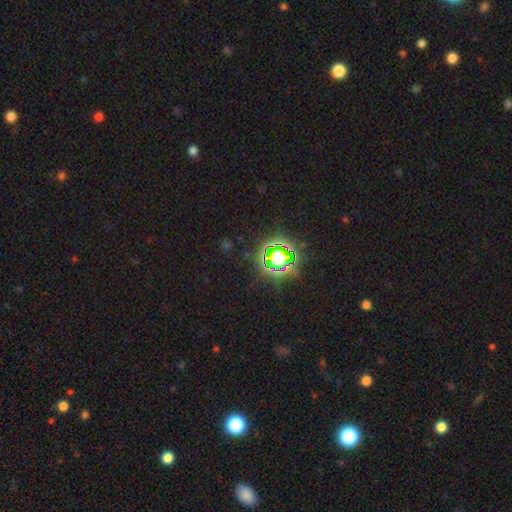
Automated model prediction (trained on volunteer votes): Q: Smooth or featured?
A: star or artifact (79%); runner-up: smooth (14%)